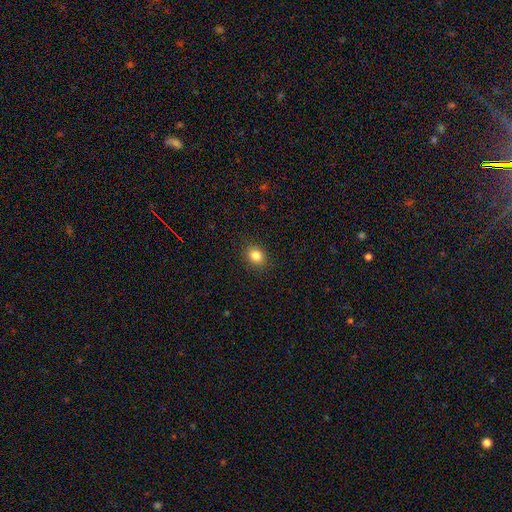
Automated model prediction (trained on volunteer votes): The model was most divided on "how rounded": round: 66%, in between: 33%, cigar-shaped: 1%. More confident: merging — none (90%); smooth or featured — smooth (82%).